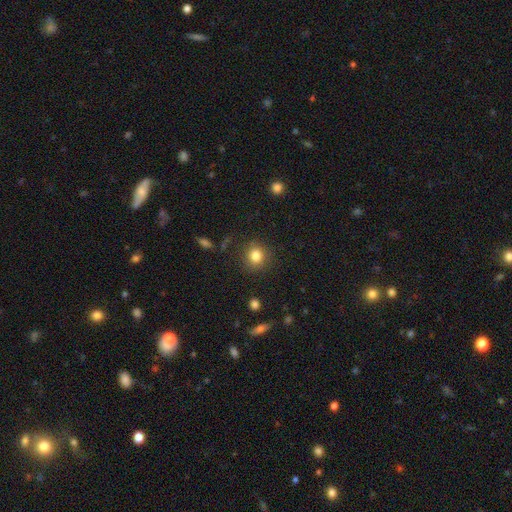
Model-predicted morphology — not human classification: Q: Smooth or featured?
A: smooth (82%); runner-up: star or artifact (11%)
Q: How rounded?
A: round (86%); runner-up: in between (13%)
Q: Merging?
A: none (86%); runner-up: minor disturbance (9%)